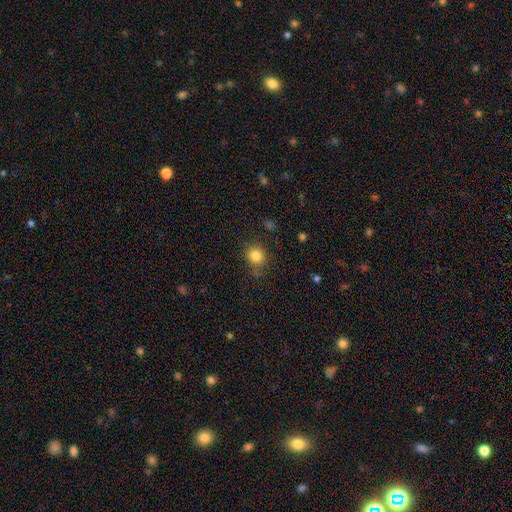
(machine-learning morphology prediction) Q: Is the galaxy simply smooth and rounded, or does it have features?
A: smooth — 83%.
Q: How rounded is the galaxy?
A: round — 82%.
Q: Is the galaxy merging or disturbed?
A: none — 79%.